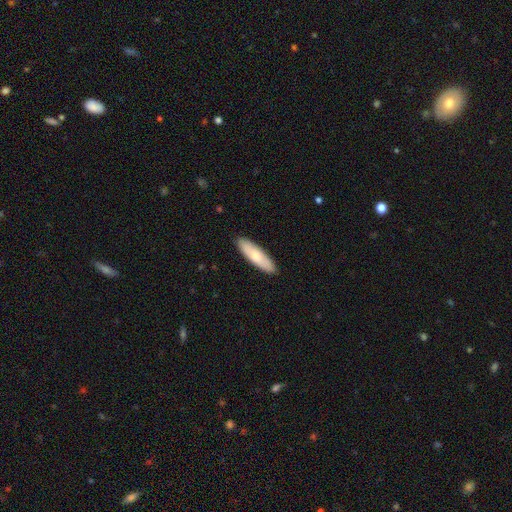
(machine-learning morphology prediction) Smooth or featured?
  - smooth: 68% *
  - featured or disk: 27%
  - star or artifact: 5%
How rounded?
  - cigar-shaped: 58% *
  - in between: 40%
  - round: 2%
Merging?
  - none: 90% *
  - minor disturbance: 8%
  - major disturbance: 1%
  - merger: 1%